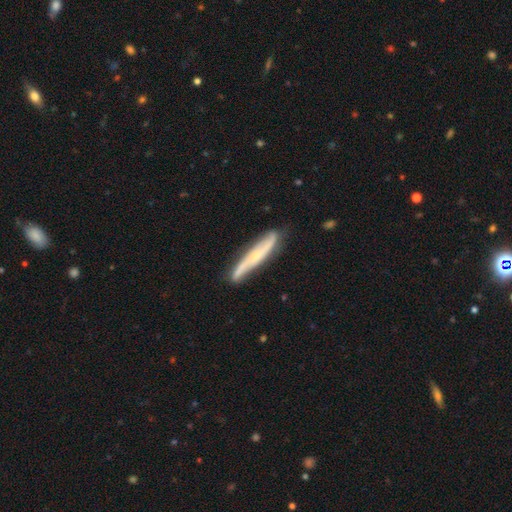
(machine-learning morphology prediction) This is likely a featured or disk galaxy (68%). It is possibly viewed edge-on (56%). Merging: likely none (77%).